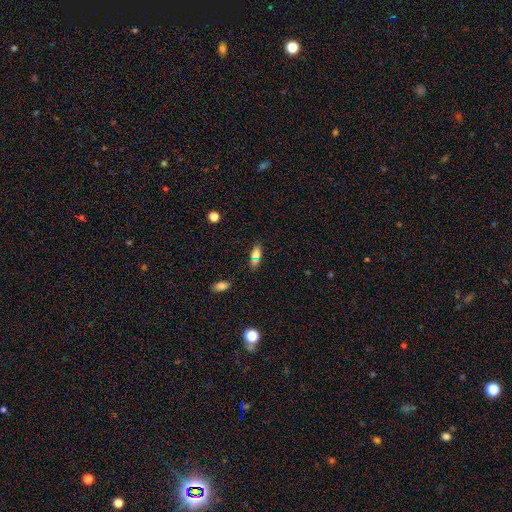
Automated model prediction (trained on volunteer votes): The model was most divided on "smooth or featured": smooth: 72%, star or artifact: 14%, featured or disk: 14%. More confident: how rounded — in between (77%); merging — none (72%).